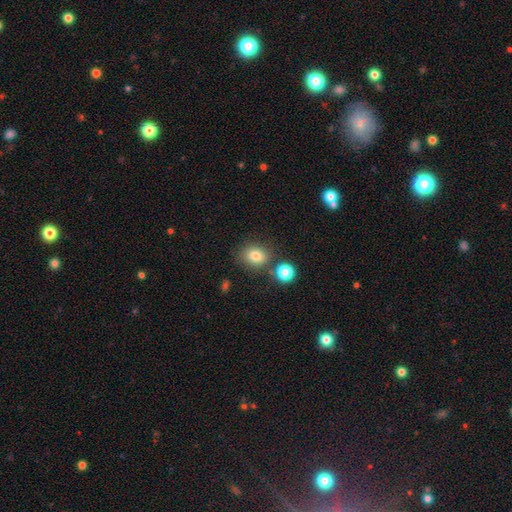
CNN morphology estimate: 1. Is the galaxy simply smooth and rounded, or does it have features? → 81% smooth, 12% star or artifact, 7% featured or disk.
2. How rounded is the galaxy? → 63% round, 36% in between, 1% cigar-shaped.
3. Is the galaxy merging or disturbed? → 73% none, 12% minor disturbance, 11% merger, 4% major disturbance.